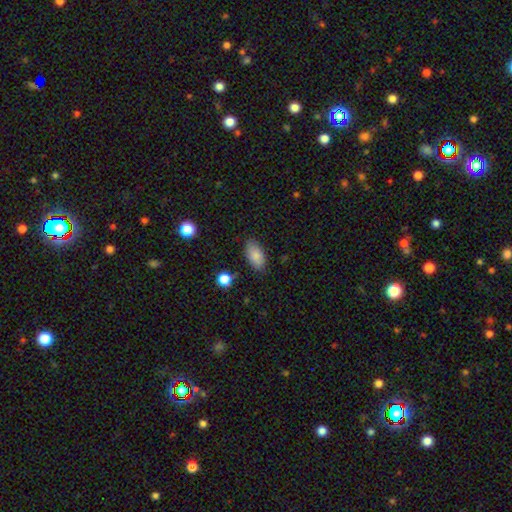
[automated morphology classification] Smooth or featured?
  - smooth: 85% *
  - star or artifact: 8%
  - featured or disk: 7%
How rounded?
  - in between: 93% *
  - round: 4%
  - cigar-shaped: 3%
Merging?
  - none: 83% *
  - minor disturbance: 12%
  - major disturbance: 3%
  - merger: 2%